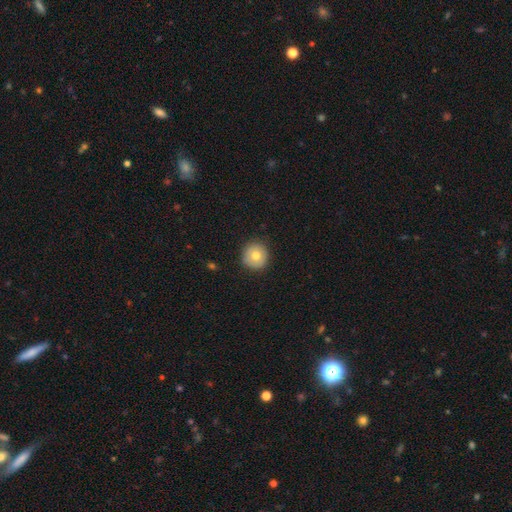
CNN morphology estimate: A smooth galaxy with no disk features (73%) that is round (94%).

Vote fractions:
- Smooth or featured? smooth: 73% / featured or disk: 18% / star or artifact: 9%
- How rounded? round: 94% / in between: 5% / cigar-shaped: 1%
- Merging? none: 87% / minor disturbance: 9% / major disturbance: 2% / merger: 1%